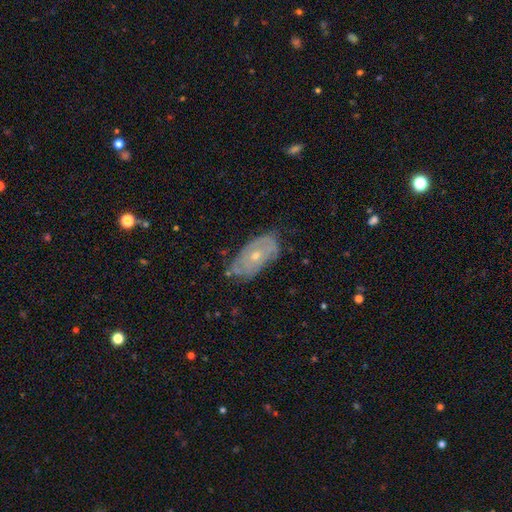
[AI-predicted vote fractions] Smooth or featured? featured or disk (70%)
Edge-on disk? no (91%)
Bar? no (83%)
Spiral arms? yes (73%)
Bulge size? small (58%)
Merging? none (71%)